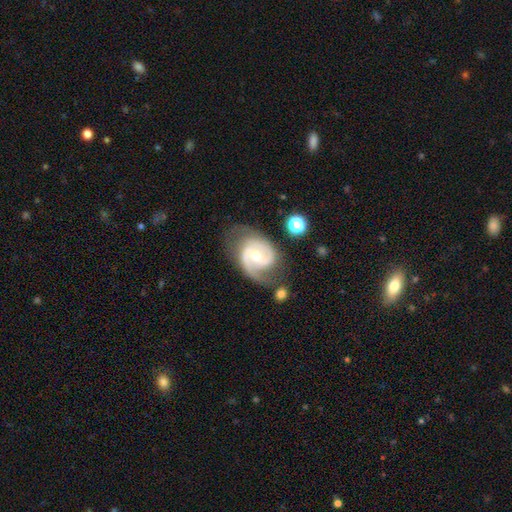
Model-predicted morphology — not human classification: featured or disk 88%, smooth 7%, star or artifact 5%. Down the decision tree: edge-on disk — no (97%); bar — weak (50%); spiral arms — yes (96%); spiral arm count — 2 (82%); spiral winding — medium (52%); bulge size — moderate (54%); merging — none (62%).